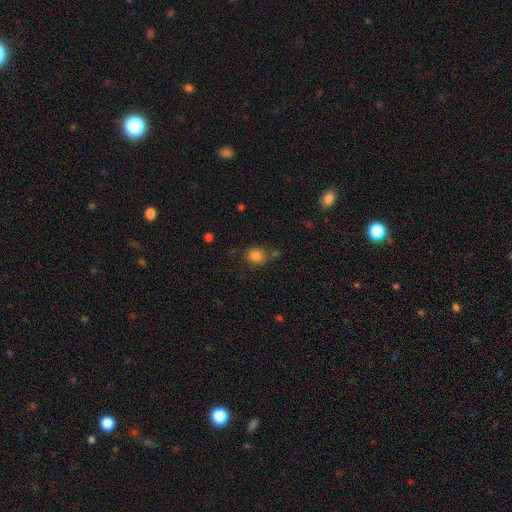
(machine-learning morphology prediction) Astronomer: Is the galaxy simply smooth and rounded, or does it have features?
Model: smooth — 83%.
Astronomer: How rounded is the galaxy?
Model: round — 67%.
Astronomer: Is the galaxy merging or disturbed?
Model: none — 69%.